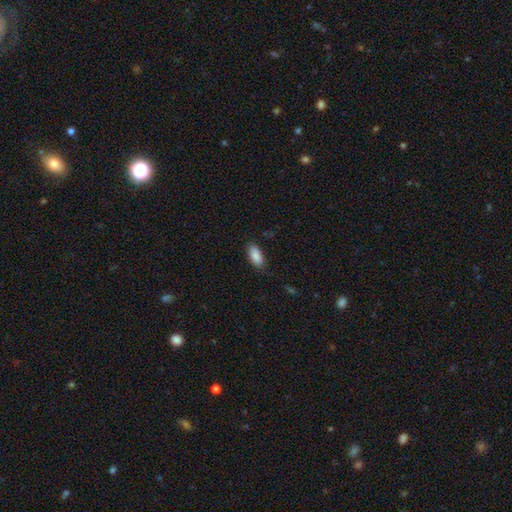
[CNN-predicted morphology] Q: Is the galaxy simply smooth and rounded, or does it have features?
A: smooth — 88%.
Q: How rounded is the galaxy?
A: in between — 89%.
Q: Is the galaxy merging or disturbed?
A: none — 80%.